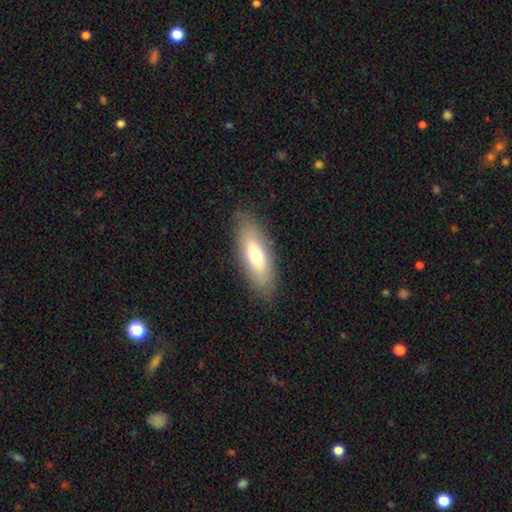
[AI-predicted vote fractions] Morphology: type=smooth (63%); roundness=in between (65%); merging=none (86%).